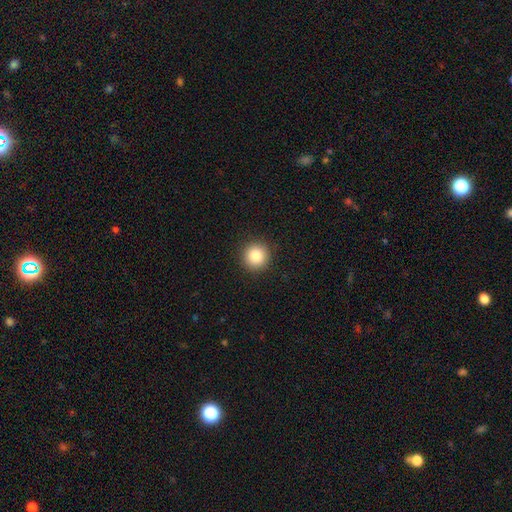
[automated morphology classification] Smooth or featured? Predicted: smooth (p=0.86). How rounded? Predicted: round (p=0.95). Merging? Predicted: none (p=0.92).